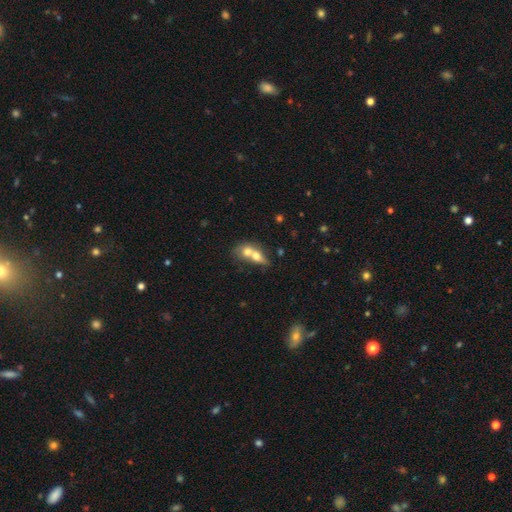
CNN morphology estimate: smooth_or_featured: smooth (p=0.65) [alt: featured or disk p=0.26]
how_rounded: in between (p=0.57) [alt: round p=0.37]
merging: merger (p=0.76) [alt: none p=0.15]